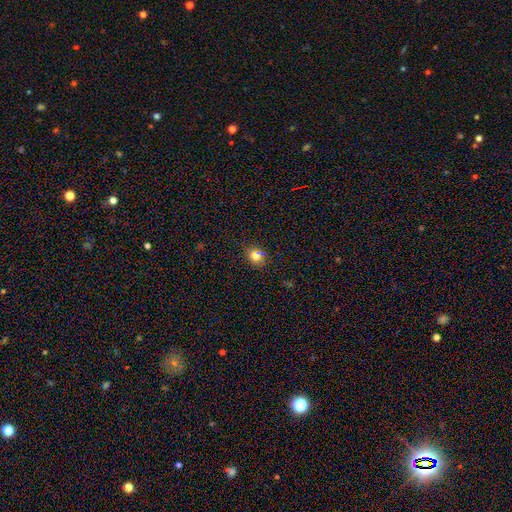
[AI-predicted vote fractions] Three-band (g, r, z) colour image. It shows a smooth galaxy with no disk features (78%) that is round (75%). Merging: none (84%).